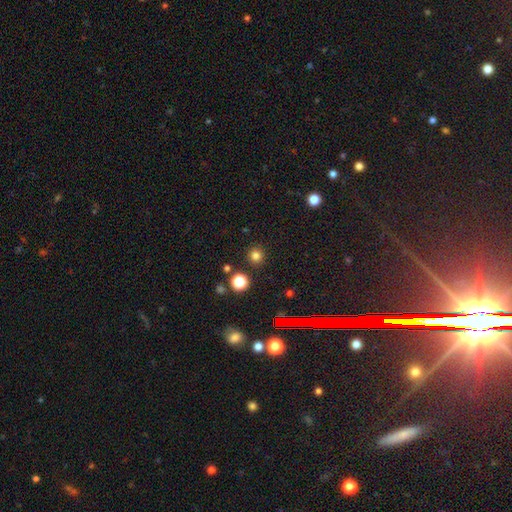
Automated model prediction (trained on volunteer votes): The model was most divided on "smooth or featured": smooth: 78%, star or artifact: 17%, featured or disk: 5%. More confident: how rounded — round (93%); merging — none (90%).